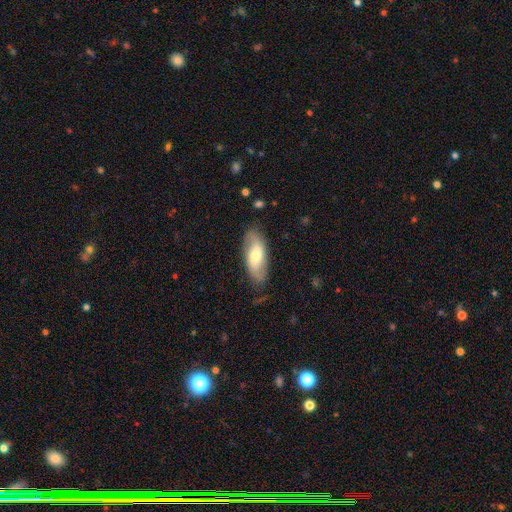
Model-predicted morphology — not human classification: Smooth or featured? smooth (48%)
Merging? none (78%)